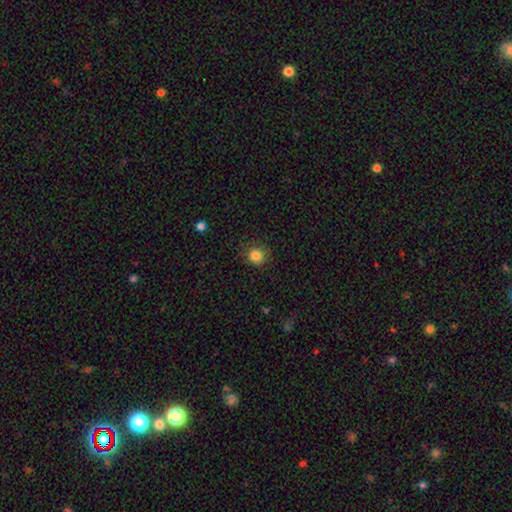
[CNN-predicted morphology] Smooth or featured? smooth (84%)
How rounded? round (90%)
Merging? none (86%)